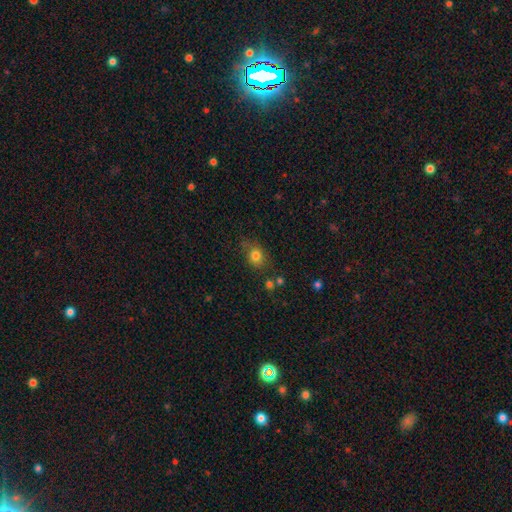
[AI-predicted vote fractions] A smooth galaxy with no disk features (79%) that is round (56%). Merging: none (67%).